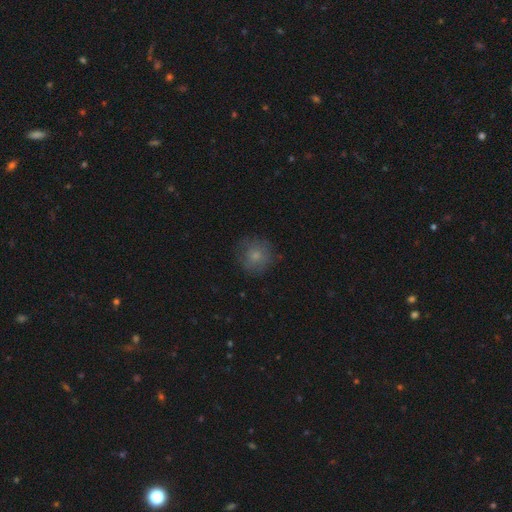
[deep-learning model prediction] Smooth or featured? Predicted: smooth (p=0.74). How rounded? Predicted: round (p=0.91). Merging? Predicted: none (p=0.76).